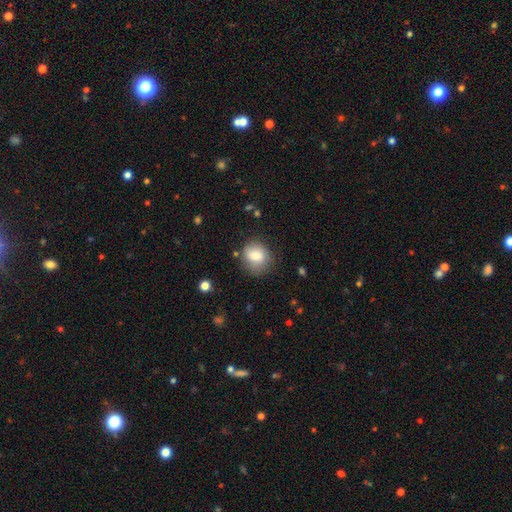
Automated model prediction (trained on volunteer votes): A smooth galaxy with no disk features (81%) that is round (67%). Merging: none (71%).